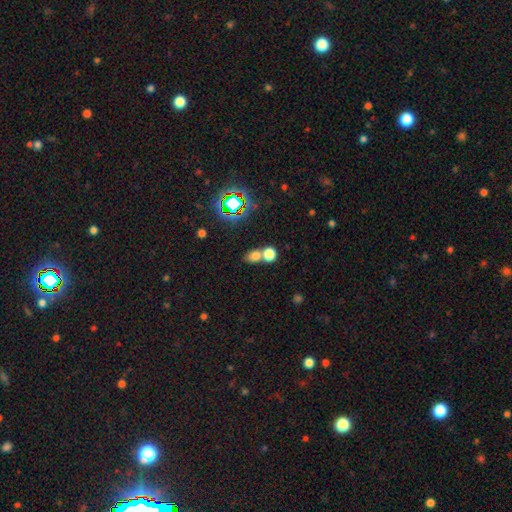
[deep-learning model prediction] Morphology: type=smooth (69%); roundness=in between (54%); merging=none (46%).